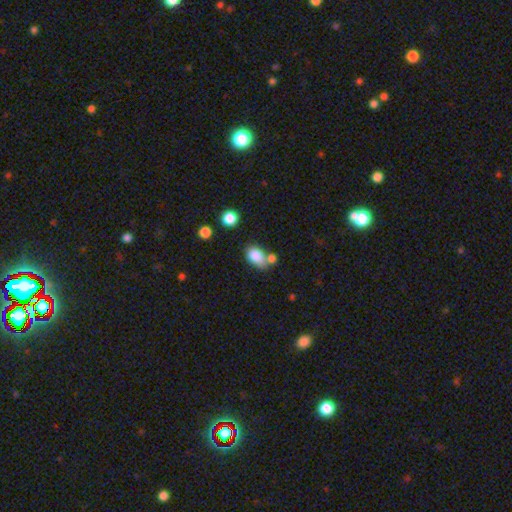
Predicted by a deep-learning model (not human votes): A smooth galaxy with no disk features (83%) that is in between round and cigar-shaped (82%). Merging: none (50%).